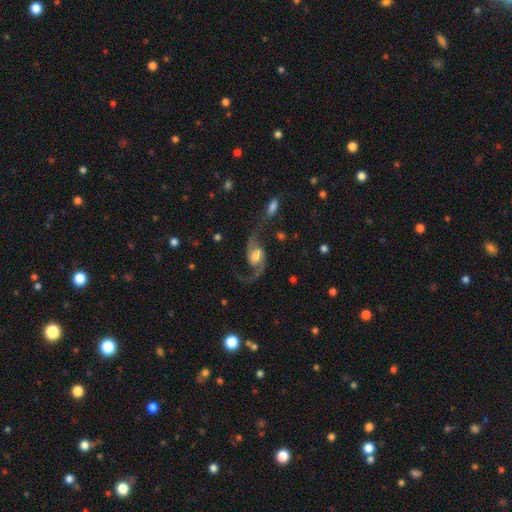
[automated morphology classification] Smooth or featured? featured or disk (86%)
Edge-on disk? no (97%)
Bar? no (47%)
Spiral arms? yes (96%)
Spiral winding? loose (75%)
Spiral arm count? 2 (90%)
Bulge size? moderate (43%)
Merging? none (55%)